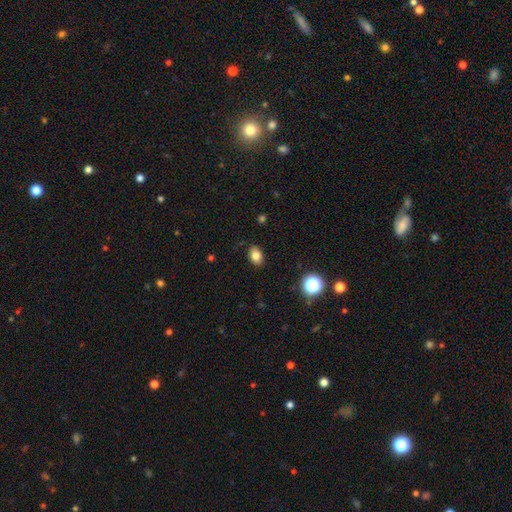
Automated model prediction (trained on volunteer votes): This appears to be a smooth galaxy with no disk features (81%) that is in between round and cigar-shaped (81%). Merging: none (87%).